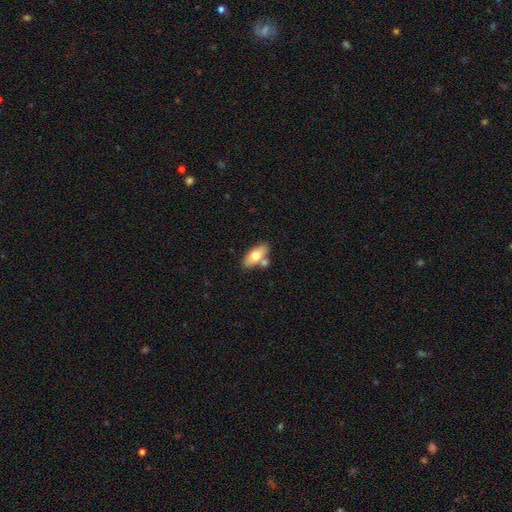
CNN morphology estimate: A smooth galaxy with no disk features (69%) that is in between round and cigar-shaped (85%).

Vote fractions:
- Smooth or featured? smooth: 69% / featured or disk: 25% / star or artifact: 6%
- How rounded? in between: 85% / cigar-shaped: 12% / round: 4%
- Merging? none: 64% / merger: 20% / minor disturbance: 13% / major disturbance: 3%